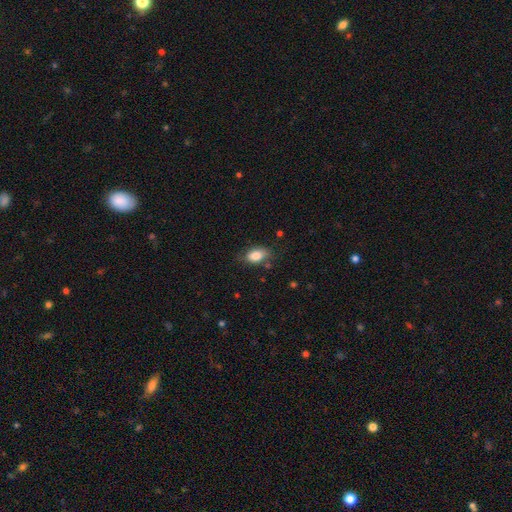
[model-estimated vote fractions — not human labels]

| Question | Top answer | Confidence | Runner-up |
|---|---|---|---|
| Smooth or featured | smooth | 84% | featured or disk (8%) |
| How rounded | in between | 88% | round (9%) |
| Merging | none | 71% | minor disturbance (22%) |